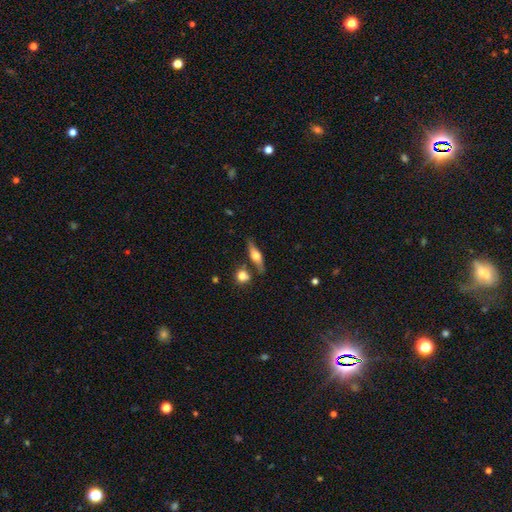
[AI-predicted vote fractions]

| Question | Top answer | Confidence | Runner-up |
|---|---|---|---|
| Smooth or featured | featured or disk | 48% | smooth (45%) |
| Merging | none | 75% | minor disturbance (12%) |